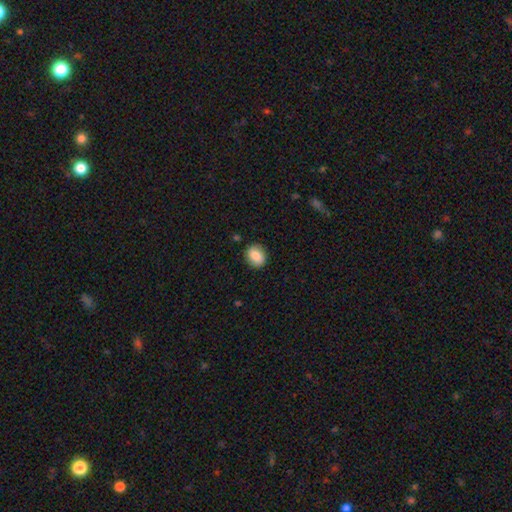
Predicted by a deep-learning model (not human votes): This is clearly a smooth galaxy (84%). How rounded: possibly round (50%). Merging: clearly none (88%).